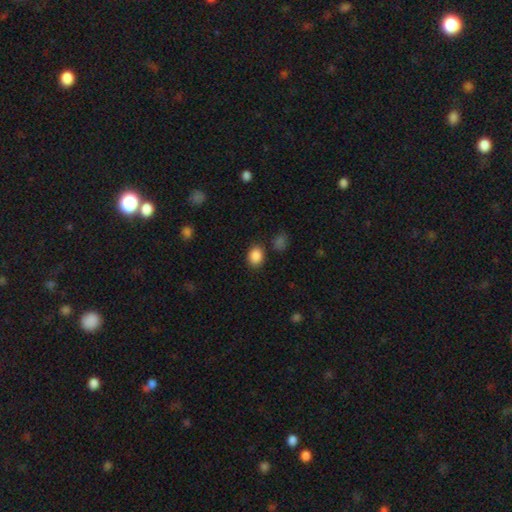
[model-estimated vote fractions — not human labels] Q: Smooth or featured?
A: smooth (87%); runner-up: star or artifact (9%)
Q: How rounded?
A: in between (55%); runner-up: round (44%)
Q: Merging?
A: none (83%); runner-up: minor disturbance (10%)